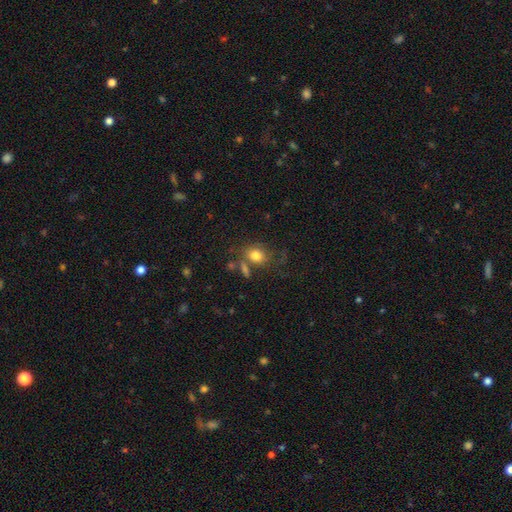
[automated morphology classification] A smooth galaxy with no disk features (78%) that is round (54%). Merging: none (57%).